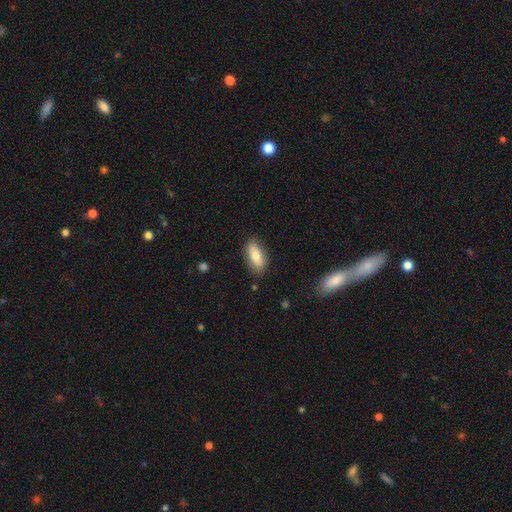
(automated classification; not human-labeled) Q: Smooth or featured?
A: smooth (76%); runner-up: featured or disk (18%)
Q: How rounded?
A: in between (78%); runner-up: cigar-shaped (19%)
Q: Merging?
A: none (85%); runner-up: minor disturbance (11%)